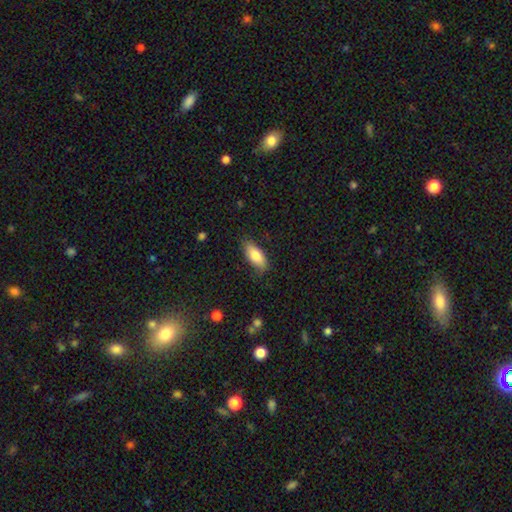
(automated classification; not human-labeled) A smooth galaxy with no disk features (81%) that is in between round and cigar-shaped (83%). Merging: none (79%).